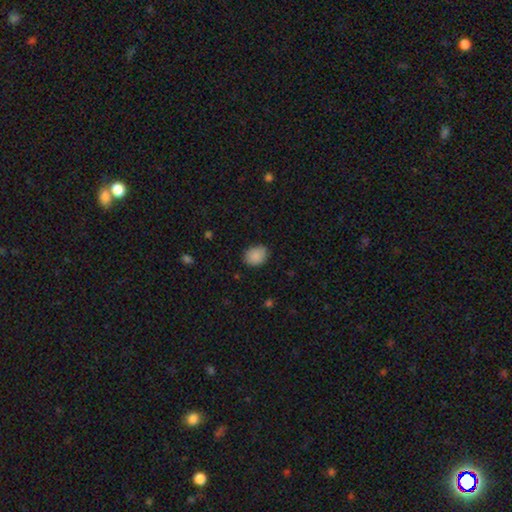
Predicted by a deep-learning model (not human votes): Smooth or featured? Predicted: smooth (p=0.88). How rounded? Predicted: in between (p=0.52). Merging? Predicted: none (p=0.81).